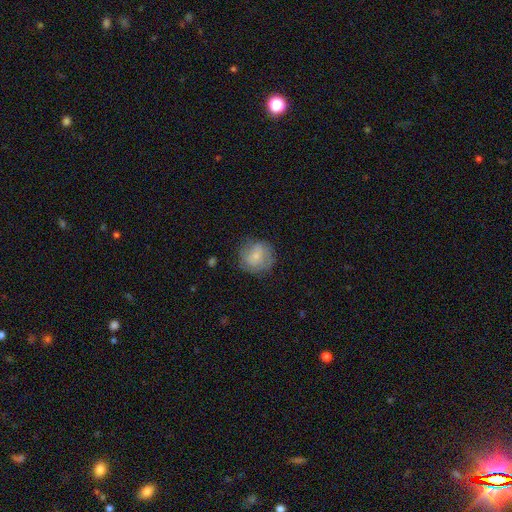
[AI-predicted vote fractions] Q: Smooth or featured?
A: smooth (71%); runner-up: featured or disk (22%)
Q: How rounded?
A: round (88%); runner-up: in between (11%)
Q: Merging?
A: none (74%); runner-up: minor disturbance (18%)